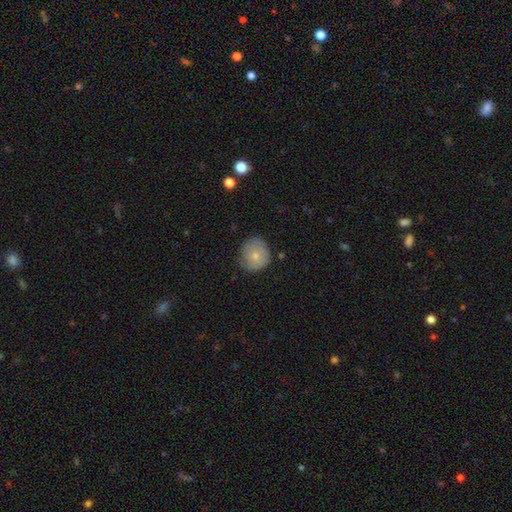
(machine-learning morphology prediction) Overall: smooth (72%). How rounded: round (86%). Merging: none (72%).